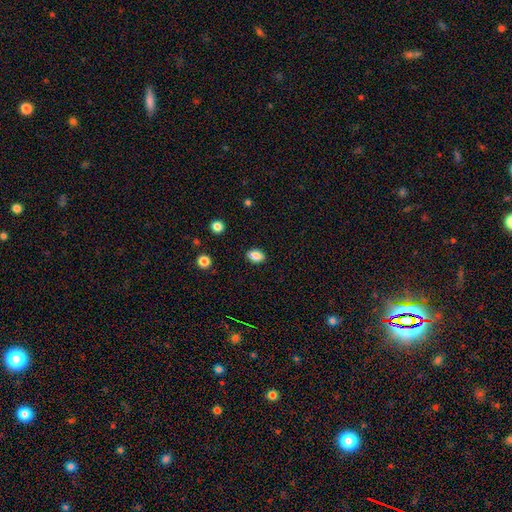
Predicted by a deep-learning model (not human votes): Smooth or featured: smooth — 84% (star or artifact — 10%)
How rounded: in between — 76% (round — 22%)
Merging: none — 82% (minor disturbance — 12%)